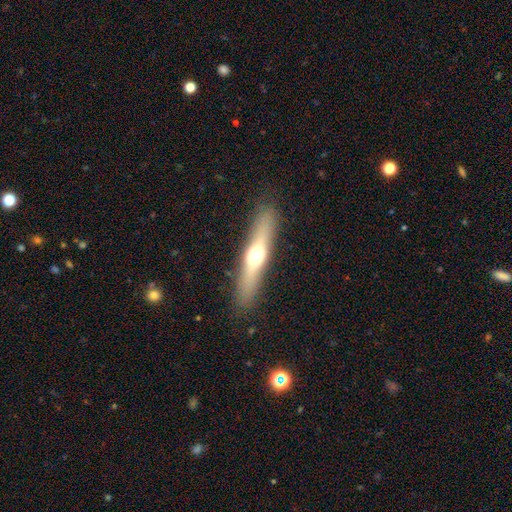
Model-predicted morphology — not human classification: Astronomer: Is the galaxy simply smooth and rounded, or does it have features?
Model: featured or disk — 52% (runner-up: smooth, 42%).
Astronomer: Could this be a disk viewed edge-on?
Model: yes — 88%.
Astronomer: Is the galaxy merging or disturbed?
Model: none — 88%.